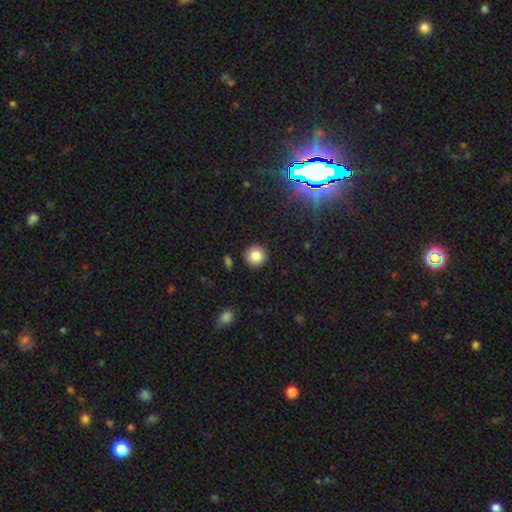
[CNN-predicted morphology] This appears to be a smooth galaxy with no disk features (84%) that is round (95%). Merging: none (92%).